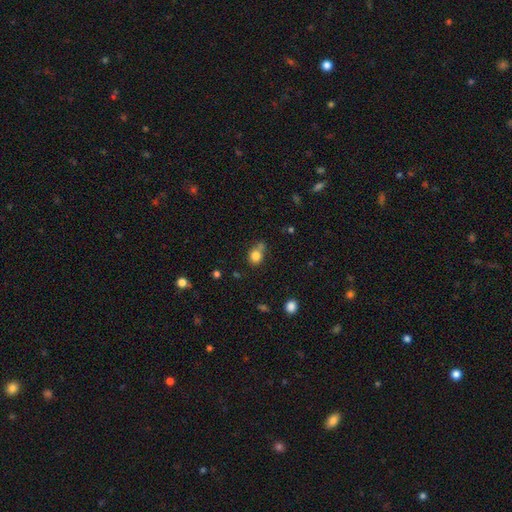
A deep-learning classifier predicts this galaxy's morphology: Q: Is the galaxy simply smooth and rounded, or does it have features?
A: smooth — 81%.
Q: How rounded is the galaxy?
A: round — 62%.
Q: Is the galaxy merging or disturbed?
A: none — 52%.